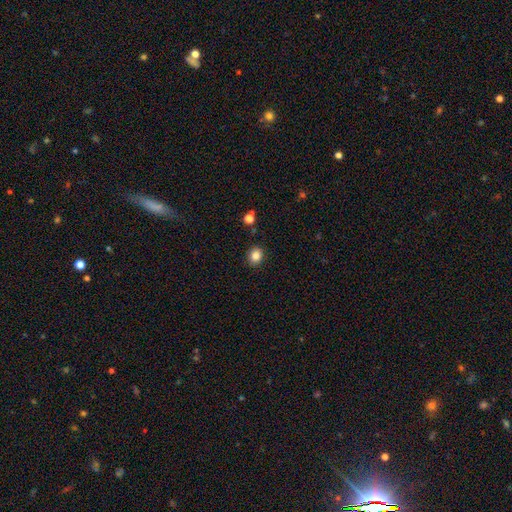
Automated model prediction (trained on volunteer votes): Q: Smooth or featured?
A: smooth (84%); runner-up: star or artifact (11%)
Q: How rounded?
A: round (60%); runner-up: in between (39%)
Q: Merging?
A: none (89%); runner-up: minor disturbance (7%)